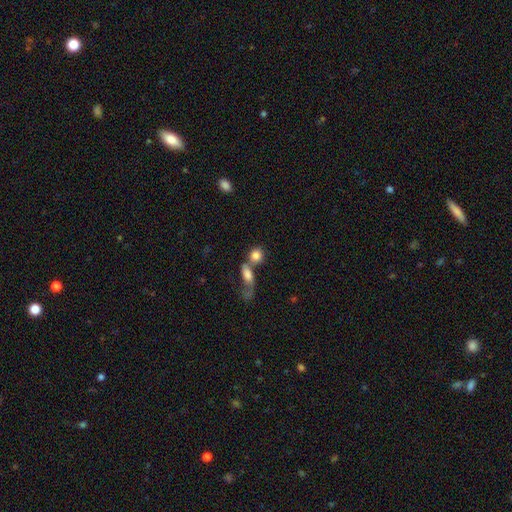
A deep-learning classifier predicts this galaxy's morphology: A smooth galaxy with no disk features (81%) that is round (77%).

Vote fractions:
- Smooth or featured? smooth: 81% / featured or disk: 10% / star or artifact: 9%
- How rounded? round: 77% / in between: 21% / cigar-shaped: 2%
- Merging? merger: 47% / none: 37% / minor disturbance: 8% / major disturbance: 8%